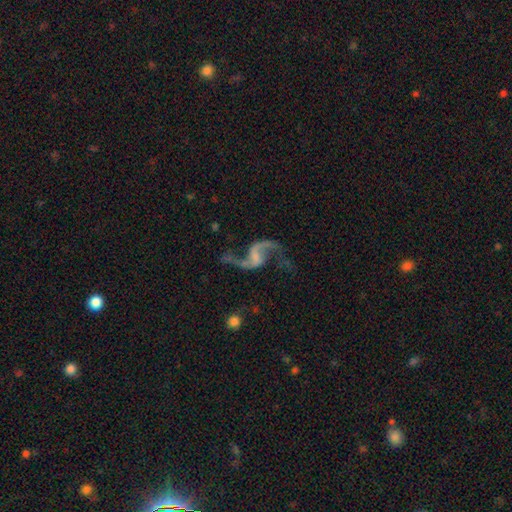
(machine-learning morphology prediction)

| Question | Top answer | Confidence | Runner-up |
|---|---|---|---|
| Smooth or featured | featured or disk | 91% | star or artifact (5%) |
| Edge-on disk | no | 98% | yes (2%) |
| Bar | weak | 46% | no (32%) |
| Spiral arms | yes | 97% | no (3%) |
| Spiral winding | loose | 86% | medium (11%) |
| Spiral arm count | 2 | 94% | 1 (2%) |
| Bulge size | none | 58% | small (24%) |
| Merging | none | 68% | minor disturbance (14%) |